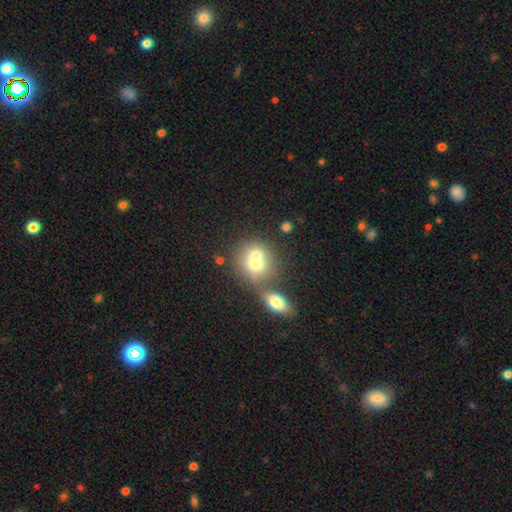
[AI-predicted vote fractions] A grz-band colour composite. It shows a smooth galaxy with no disk features (67%) that is round (77%). Merging: merger (59%).